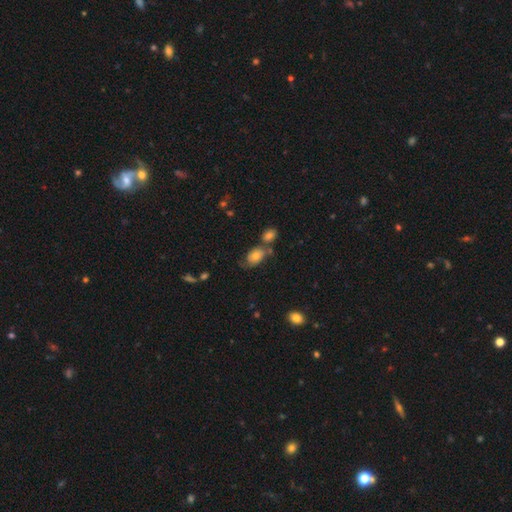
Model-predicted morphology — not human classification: A smooth galaxy with no disk features (66%) that is in between round and cigar-shaped (80%). Merging: none (41%).